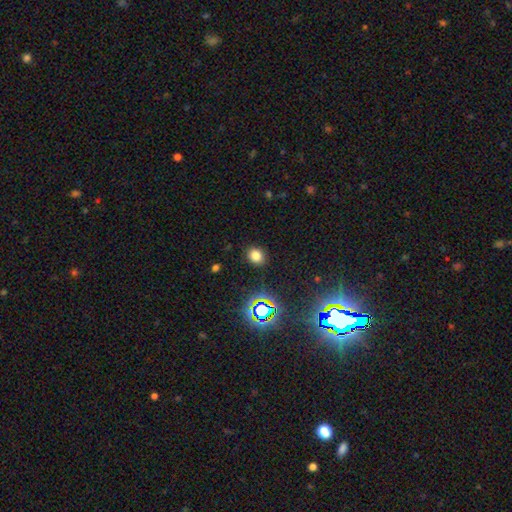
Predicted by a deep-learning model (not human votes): Overall: smooth (76%). How rounded: round (57%; in between 42%). Merging: none (88%).